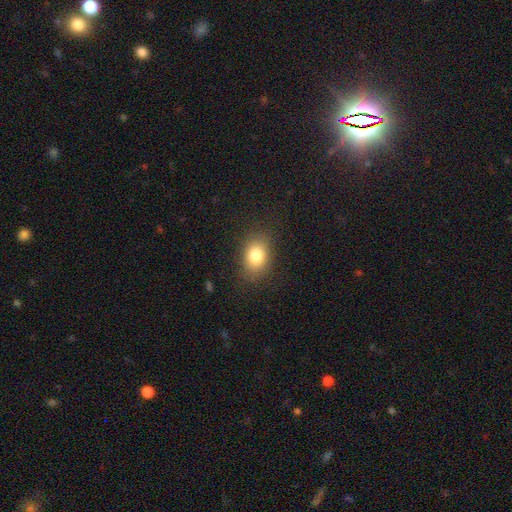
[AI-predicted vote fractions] A smooth galaxy with no disk features (81%) that is in between round and cigar-shaped (69%). Merging: none (84%).